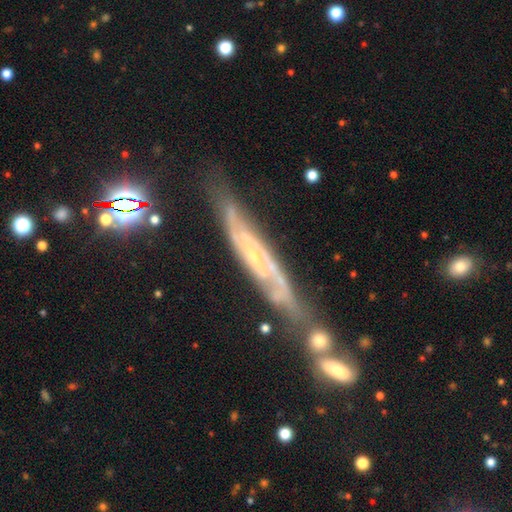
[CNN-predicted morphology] smooth_or_featured: featured or disk (p=0.80) [alt: smooth p=0.11]
disk_edge_on: no (p=0.53) [alt: yes p=0.47]
merging: none (p=0.55) [alt: minor disturbance p=0.21]